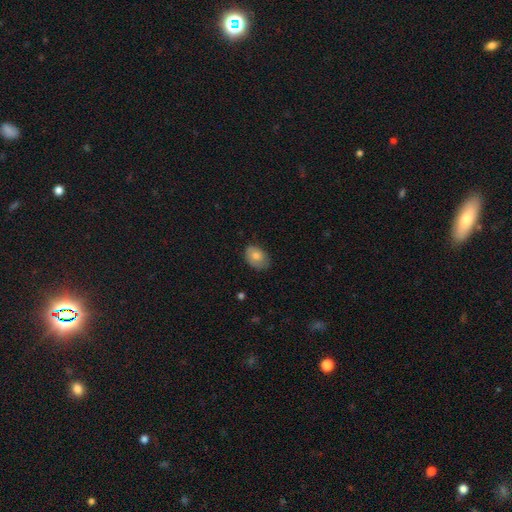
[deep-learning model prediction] This appears to be a smooth galaxy with no disk features (78%) that is in between round and cigar-shaped (79%). Merging: none (67%).